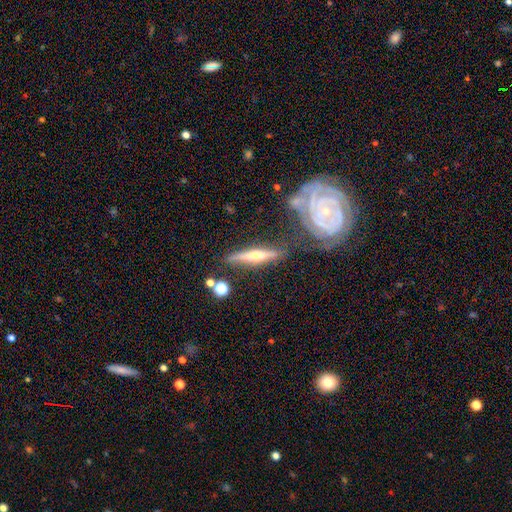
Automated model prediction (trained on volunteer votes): This is likely a featured or disk galaxy (61%). It is clearly viewed edge-on (93%). Edge-on bulge: likely rounded (75%). Merging: likely none (77%).